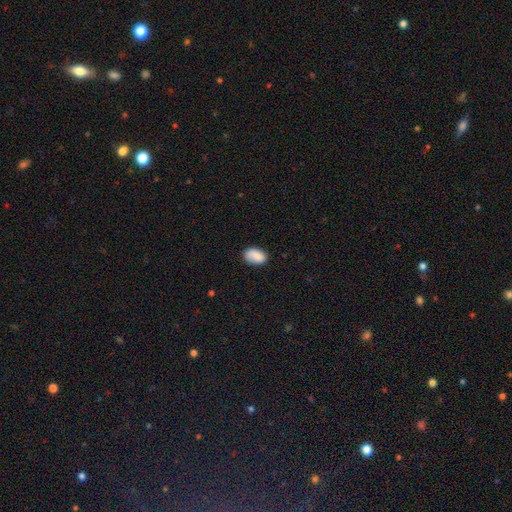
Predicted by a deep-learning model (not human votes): A smooth galaxy with no disk features (86%) that is in between round and cigar-shaped (91%).

Vote fractions:
- Smooth or featured? smooth: 86% / star or artifact: 7% / featured or disk: 6%
- How rounded? in between: 91% / round: 8% / cigar-shaped: 1%
- Merging? none: 79% / minor disturbance: 16% / major disturbance: 3% / merger: 2%